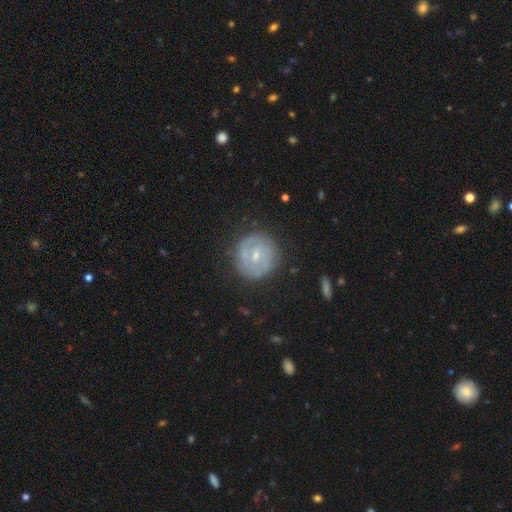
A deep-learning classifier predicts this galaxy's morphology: Smooth or featured: featured or disk — 73% (smooth — 21%)
Edge-on disk: no — 97% (yes — 3%)
Bar: weak — 45% (no — 44%)
Spiral arms: yes — 84% (no — 16%)
Spiral winding: tight — 64% (medium — 28%)
Spiral arm count: 2 — 56% (can't tell — 25%)
Bulge size: small — 66% (moderate — 30%)
Merging: none — 82% (minor disturbance — 12%)